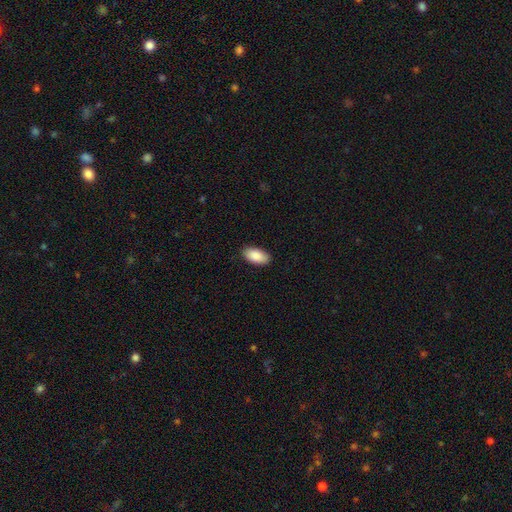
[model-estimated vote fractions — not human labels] Smooth or featured? Predicted: smooth (p=0.90). How rounded? Predicted: in between (p=0.95). Merging? Predicted: none (p=0.88).